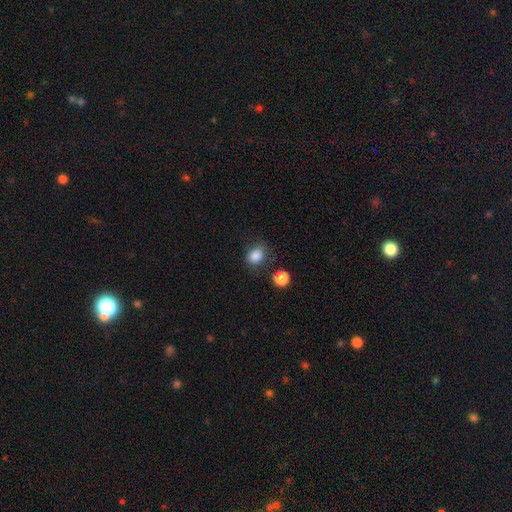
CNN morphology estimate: A smooth galaxy with no disk features (85%) that is in between round and cigar-shaped (51%). Merging: none (71%).